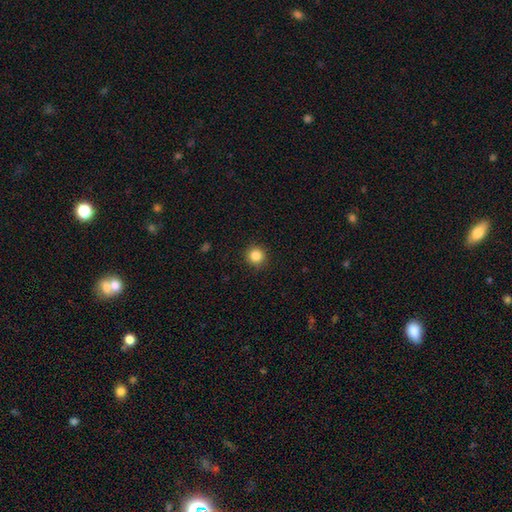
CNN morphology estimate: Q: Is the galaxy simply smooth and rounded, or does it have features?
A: smooth — 85%.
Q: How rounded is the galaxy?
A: round — 95%.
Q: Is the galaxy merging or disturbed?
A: none — 91%.